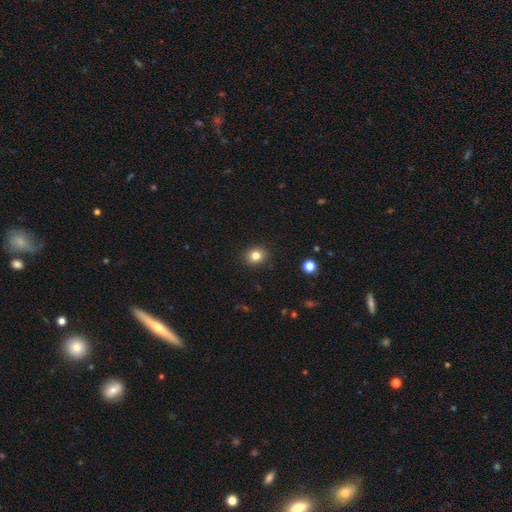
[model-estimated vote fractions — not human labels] A smooth galaxy with no disk features (82%) that is round (67%). Merging: none (90%).